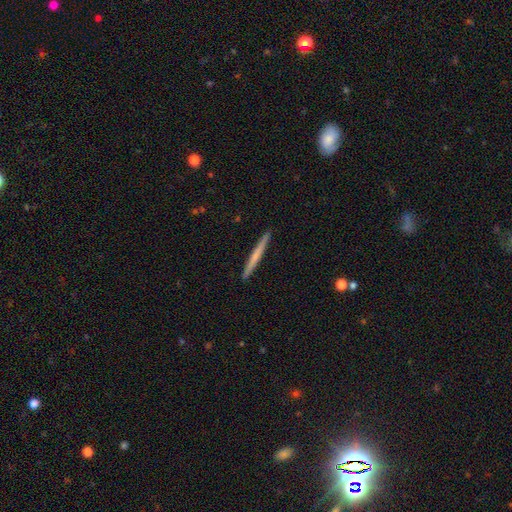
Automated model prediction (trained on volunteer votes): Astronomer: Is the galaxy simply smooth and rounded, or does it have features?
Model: smooth — 53% (runner-up: featured or disk, 41%).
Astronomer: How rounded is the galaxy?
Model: cigar-shaped — 97%.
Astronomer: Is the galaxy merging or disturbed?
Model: none — 92%.